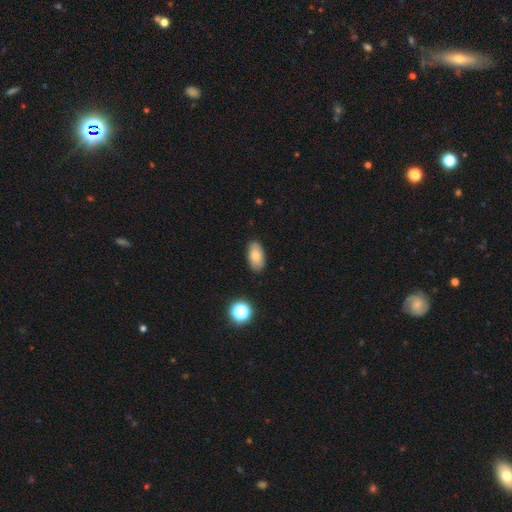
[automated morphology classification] Smooth or featured?
  - smooth: 79% *
  - featured or disk: 13%
  - star or artifact: 9%
How rounded?
  - in between: 92% *
  - round: 4%
  - cigar-shaped: 3%
Merging?
  - none: 85% *
  - minor disturbance: 11%
  - major disturbance: 2%
  - merger: 1%